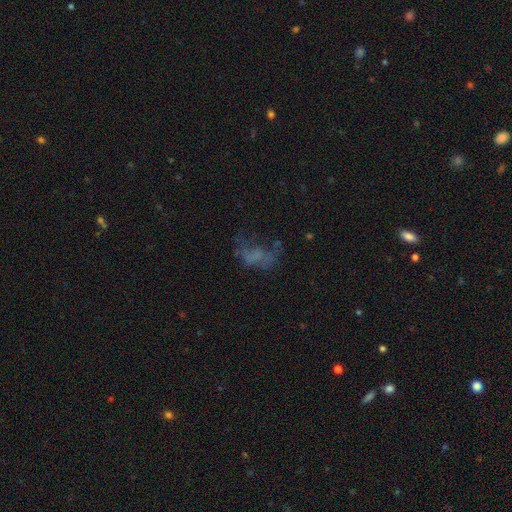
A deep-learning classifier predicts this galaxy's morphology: This is marginally a featured or disk galaxy (43%). Merging: marginally major disturbance (41%).